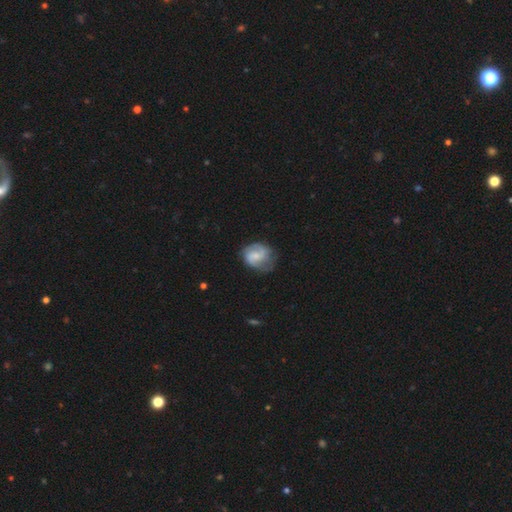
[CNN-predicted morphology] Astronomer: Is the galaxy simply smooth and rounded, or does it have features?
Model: featured or disk — 58% (runner-up: smooth, 35%).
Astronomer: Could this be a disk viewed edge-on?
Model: no — 98%.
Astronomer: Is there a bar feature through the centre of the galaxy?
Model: no — 45%, tied with weak at 45%.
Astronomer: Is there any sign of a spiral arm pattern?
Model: yes — 88%.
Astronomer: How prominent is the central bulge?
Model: small — 50% (runner-up: moderate, 29%).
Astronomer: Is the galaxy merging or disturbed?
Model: none — 58%.